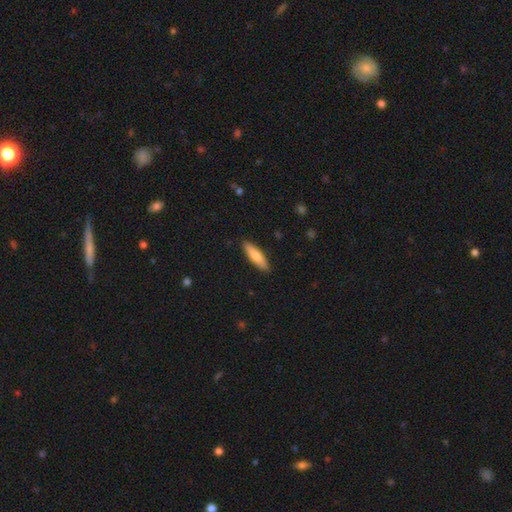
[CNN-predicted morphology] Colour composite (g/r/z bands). It shows a smooth galaxy with no disk features (76%) that is cigar-shaped (66%). Merging: none (89%).